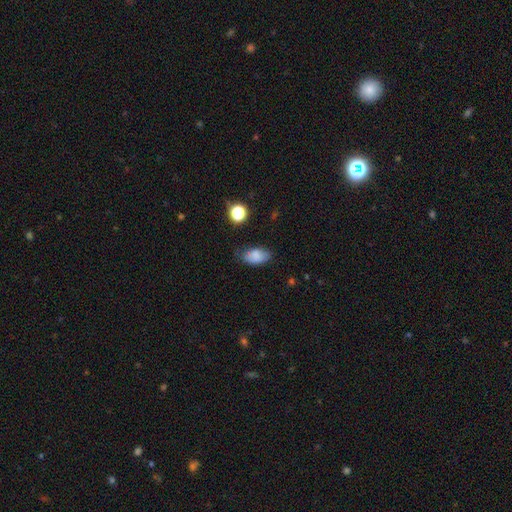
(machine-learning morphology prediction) smooth 80%, star or artifact 10%, featured or disk 9%. Down the decision tree: how rounded — in between (90%); merging — none (67%).